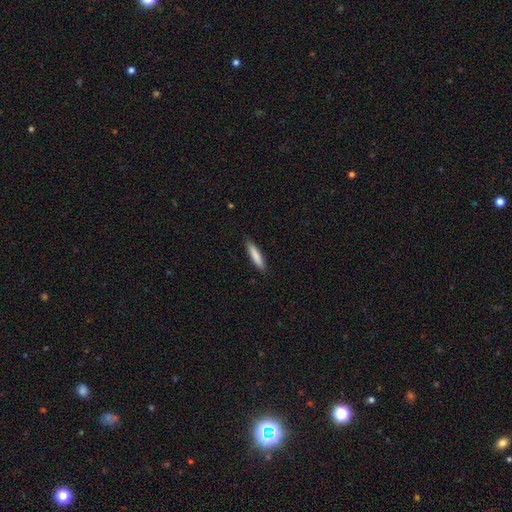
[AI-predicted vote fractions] Morphology: type=smooth (84%); roundness=cigar-shaped (85%); merging=none (89%).